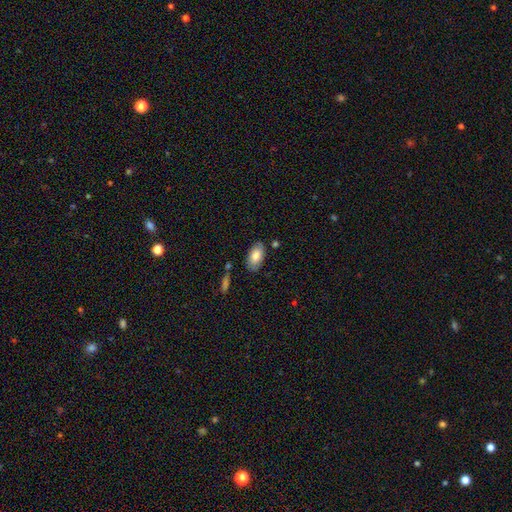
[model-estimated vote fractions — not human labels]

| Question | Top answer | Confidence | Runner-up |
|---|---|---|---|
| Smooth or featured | smooth | 80% | featured or disk (14%) |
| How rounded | in between | 94% | round (3%) |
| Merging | none | 80% | minor disturbance (14%) |